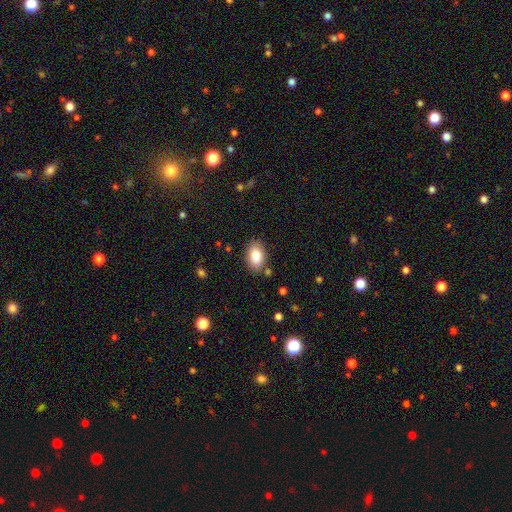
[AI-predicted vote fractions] smooth 86%, featured or disk 7%, star or artifact 7%. Down the decision tree: how rounded — in between (91%); merging — none (83%).